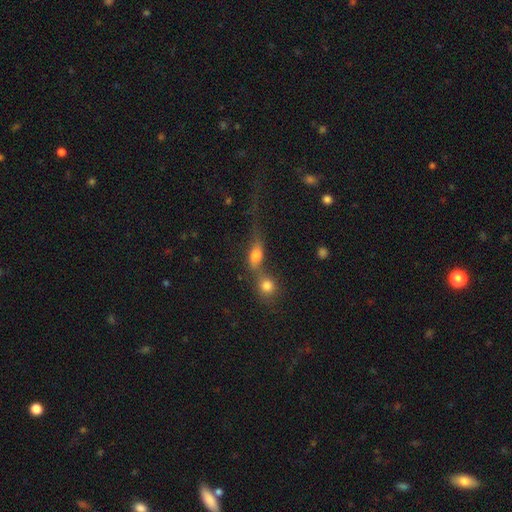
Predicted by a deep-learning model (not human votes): This is likely a smooth galaxy (67%). How rounded: likely in between (61%). Merging: likely merger (64%).